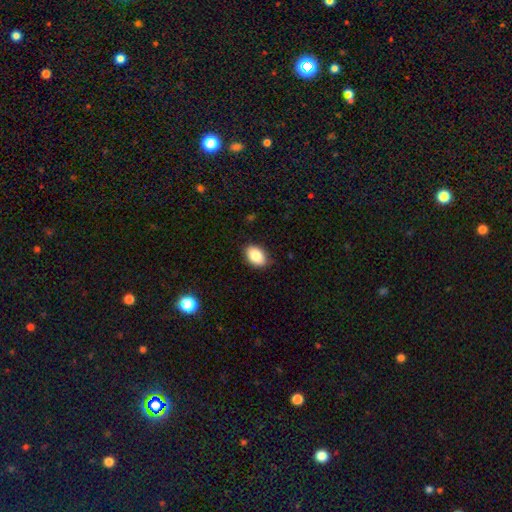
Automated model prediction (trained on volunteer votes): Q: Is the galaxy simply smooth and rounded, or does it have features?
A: smooth — 86%.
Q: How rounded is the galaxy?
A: in between — 87%.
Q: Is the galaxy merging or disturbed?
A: none — 86%.